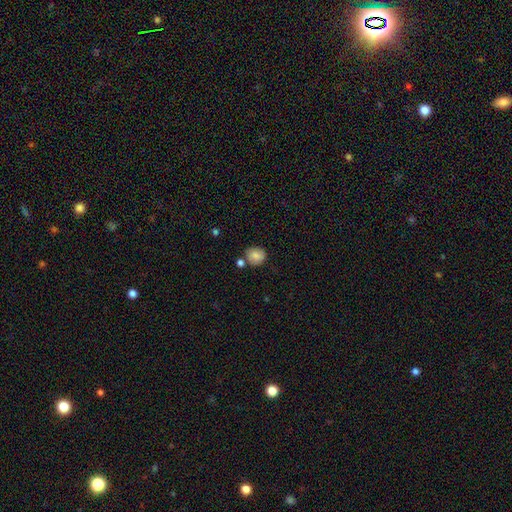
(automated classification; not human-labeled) Smooth or featured? smooth (81%)
How rounded? round (82%)
Merging? none (71%)